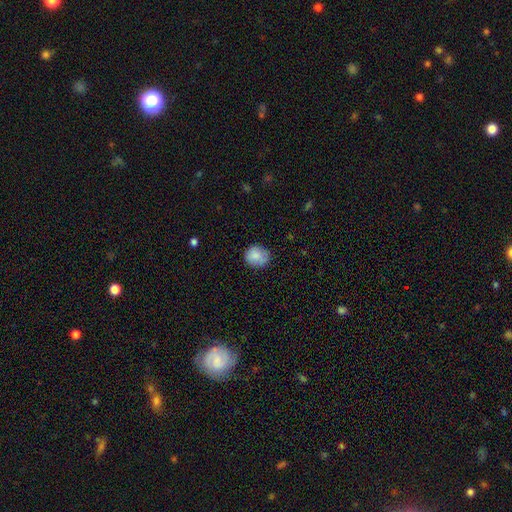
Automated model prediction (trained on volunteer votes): Smooth or featured?
  - smooth: 83% *
  - featured or disk: 9%
  - star or artifact: 8%
How rounded?
  - round: 68% *
  - in between: 31%
  - cigar-shaped: 1%
Merging?
  - none: 72% *
  - minor disturbance: 21%
  - major disturbance: 5%
  - merger: 1%